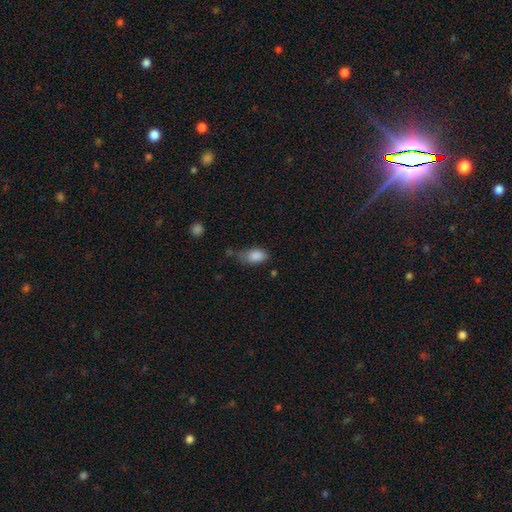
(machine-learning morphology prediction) Smooth or featured?
  - smooth: 86% *
  - star or artifact: 8%
  - featured or disk: 6%
How rounded?
  - in between: 89% *
  - round: 8%
  - cigar-shaped: 3%
Merging?
  - none: 50% *
  - minor disturbance: 33%
  - major disturbance: 10%
  - merger: 6%